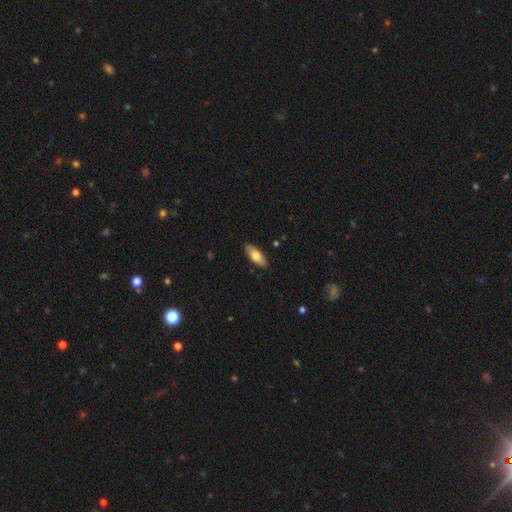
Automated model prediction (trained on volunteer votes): Smooth or featured: smooth — 76% (featured or disk — 18%)
How rounded: in between — 78% (cigar-shaped — 20%)
Merging: none — 87% (minor disturbance — 10%)